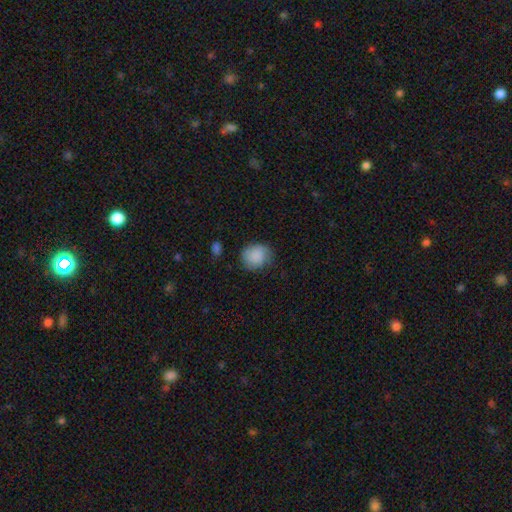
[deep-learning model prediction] Smooth or featured? Predicted: smooth (p=0.83). How rounded? Predicted: round (p=0.70). Merging? Predicted: none (p=0.67).